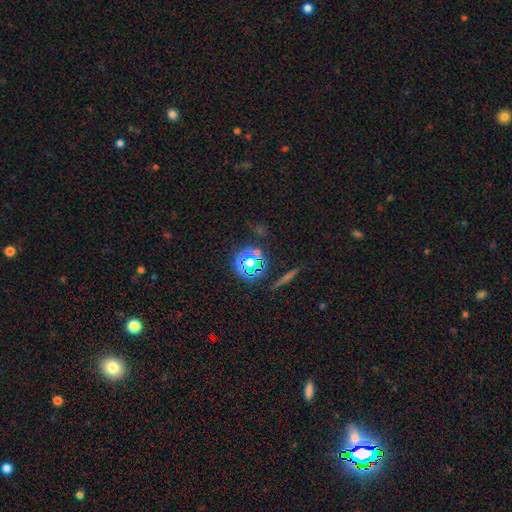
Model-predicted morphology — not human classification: Smooth or featured? star or artifact (62%)